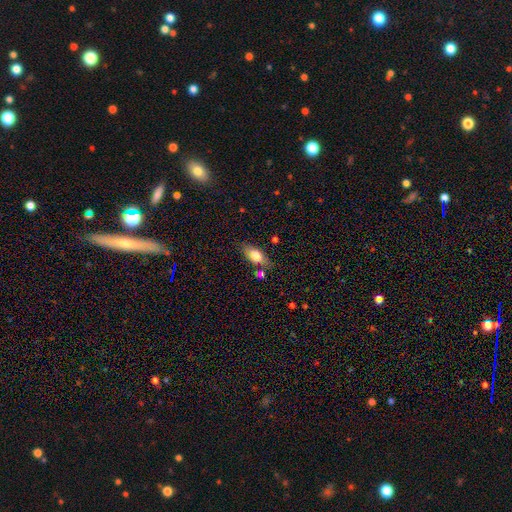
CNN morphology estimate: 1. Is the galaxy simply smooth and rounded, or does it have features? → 75% smooth, 18% featured or disk, 7% star or artifact.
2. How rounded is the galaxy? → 84% in between, 12% cigar-shaped, 5% round.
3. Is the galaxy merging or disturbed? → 71% none, 17% minor disturbance, 7% merger, 4% major disturbance.